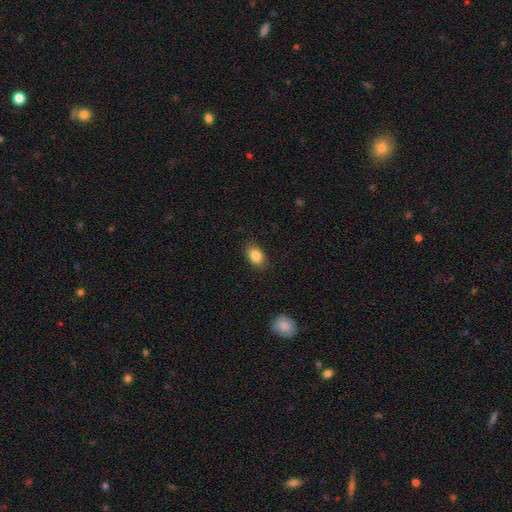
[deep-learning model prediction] Overall: smooth (85%). How rounded: in between (82%). Merging: none (86%).